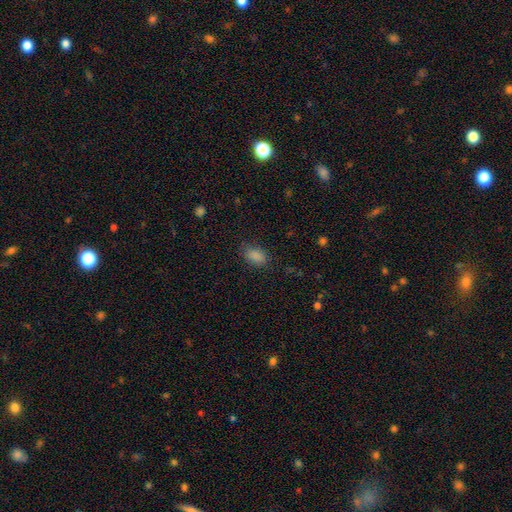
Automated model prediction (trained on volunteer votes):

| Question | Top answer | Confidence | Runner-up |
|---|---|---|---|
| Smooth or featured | smooth | 87% | star or artifact (9%) |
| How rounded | in between | 85% | round (14%) |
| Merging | none | 80% | minor disturbance (15%) |